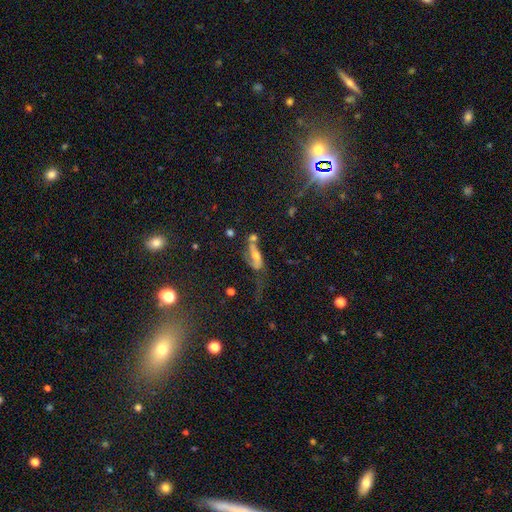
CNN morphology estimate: featured or disk 49%, smooth 36%, star or artifact 15%. Down the decision tree: merging — major disturbance (28%, tied with none).